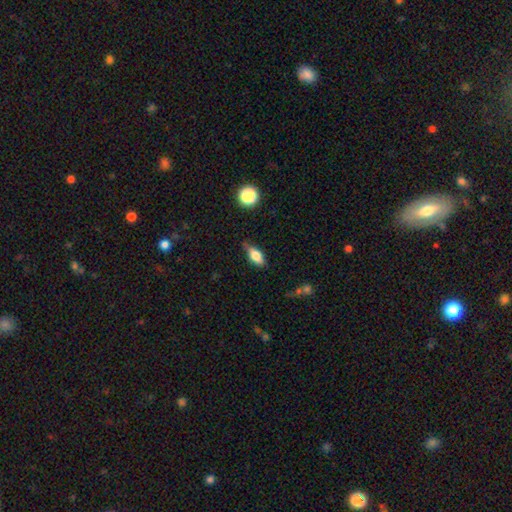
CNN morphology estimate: Q: Smooth or featured?
A: smooth (70%); runner-up: featured or disk (22%)
Q: How rounded?
A: in between (78%); runner-up: cigar-shaped (16%)
Q: Merging?
A: none (65%); runner-up: minor disturbance (26%)